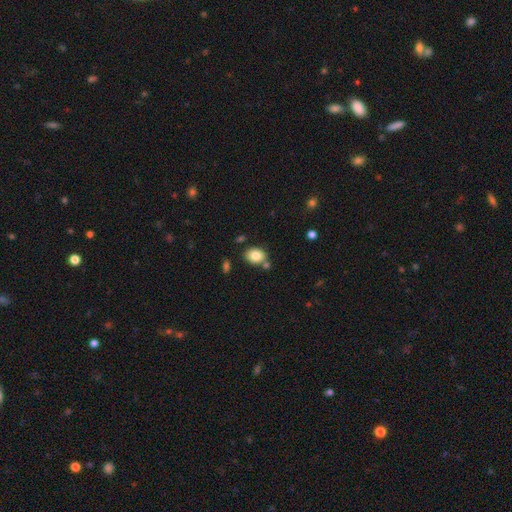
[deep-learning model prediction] Overall: smooth (83%). How rounded: in between (67%; round 32%). Merging: none (72%).